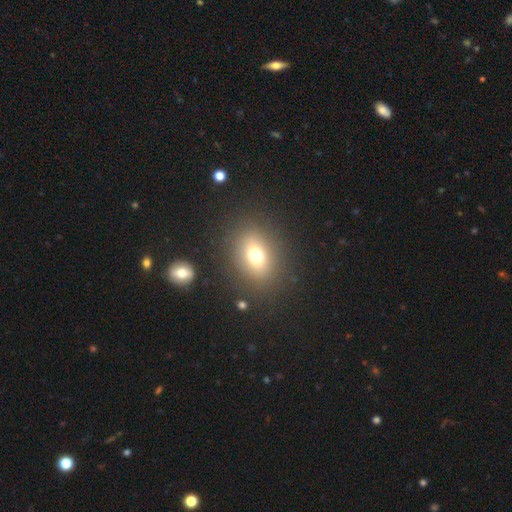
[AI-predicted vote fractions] Smooth or featured?
  - smooth: 70% *
  - star or artifact: 16%
  - featured or disk: 14%
How rounded?
  - in between: 52% *
  - round: 47%
  - cigar-shaped: 2%
Merging?
  - none: 84% *
  - minor disturbance: 9%
  - major disturbance: 5%
  - merger: 2%